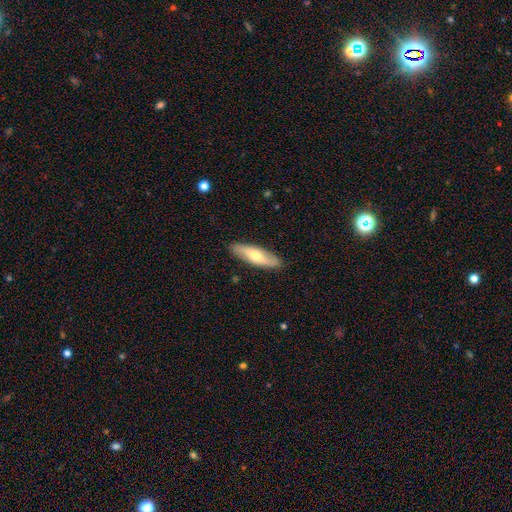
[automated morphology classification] Smooth or featured?
  - smooth: 48% *
  - featured or disk: 47%
  - star or artifact: 5%
Merging?
  - none: 88% *
  - minor disturbance: 9%
  - major disturbance: 2%
  - merger: 1%